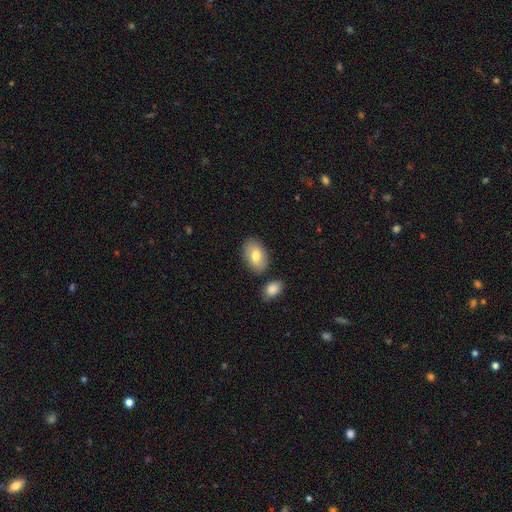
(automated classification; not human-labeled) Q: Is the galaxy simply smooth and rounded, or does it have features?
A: smooth — 78%.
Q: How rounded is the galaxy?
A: in between — 87%.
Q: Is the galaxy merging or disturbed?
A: none — 79%.